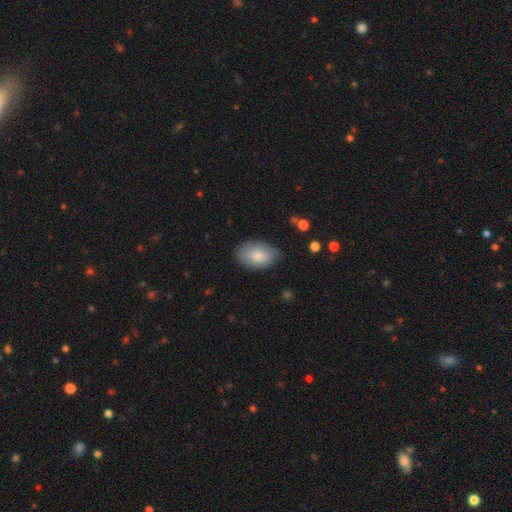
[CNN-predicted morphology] A smooth galaxy with no disk features (84%) that is in between round and cigar-shaped (91%). Merging: none (79%).